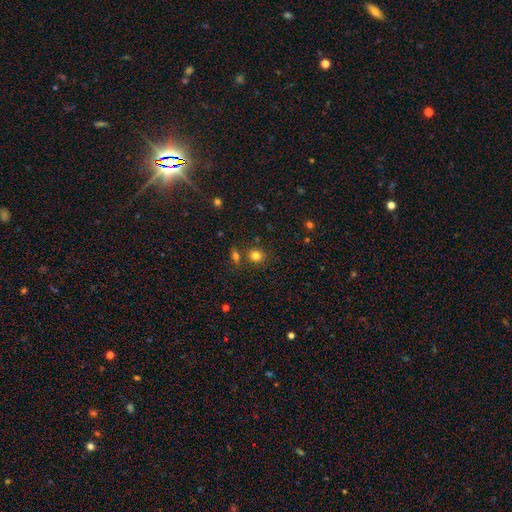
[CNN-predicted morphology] Smooth or featured: smooth — 80% (star or artifact — 13%)
How rounded: round — 80% (in between — 19%)
Merging: none — 75% (merger — 13%)